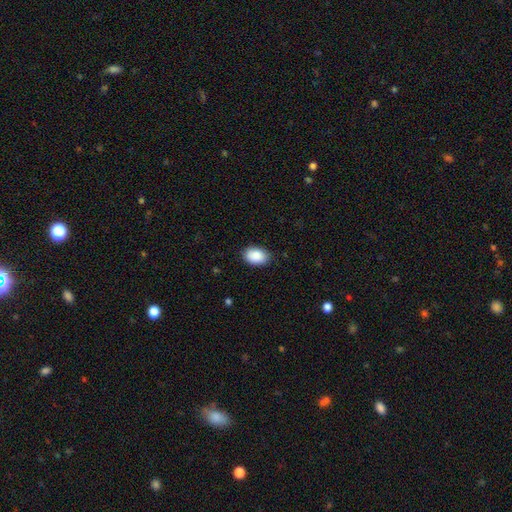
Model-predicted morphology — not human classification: smooth 89%, star or artifact 7%, featured or disk 4%. Down the decision tree: how rounded — in between (85%); merging — none (84%).